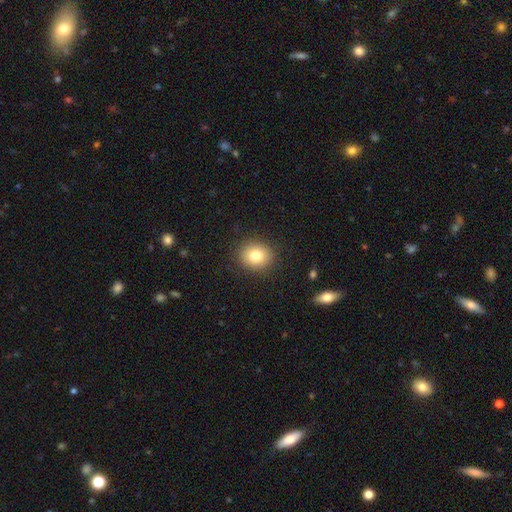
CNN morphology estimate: smooth-or-featured: smooth: 80% | star or artifact: 10% | featured or disk: 10%
  how-rounded: round: 71% | in between: 28% | cigar-shaped: 1%
  merging: none: 89% | minor disturbance: 7% | major disturbance: 2% | merger: 1%